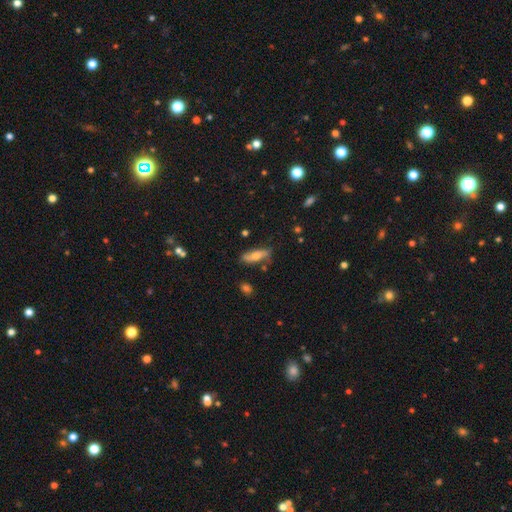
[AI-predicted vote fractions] Morphology: type=smooth (57%); roundness=cigar-shaped (50%); merging=none (76%).